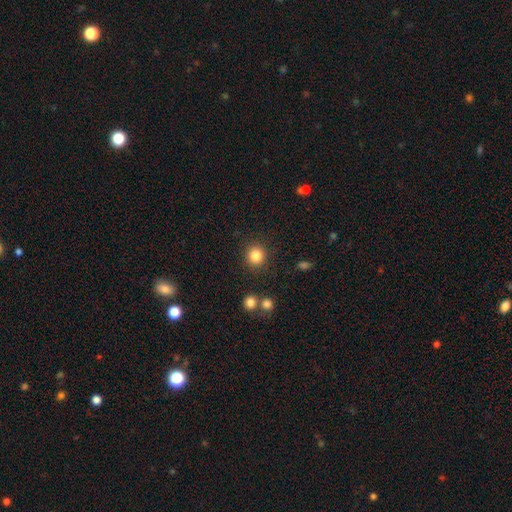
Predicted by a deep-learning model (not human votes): A smooth galaxy with no disk features (84%) that is round (89%). Merging: none (88%).